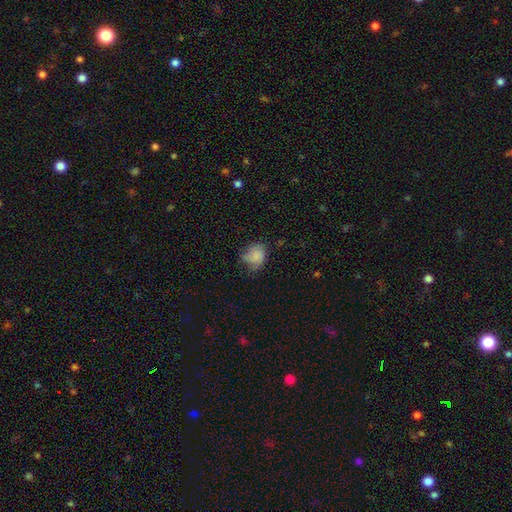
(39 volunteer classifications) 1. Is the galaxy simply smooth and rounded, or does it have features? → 69% smooth, 28% featured or disk, 3% star or artifact.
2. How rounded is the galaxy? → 63% in between, 37% round, 0% cigar-shaped.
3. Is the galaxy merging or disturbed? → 53% minor disturbance, 37% none, 11% major disturbance, 0% merger.